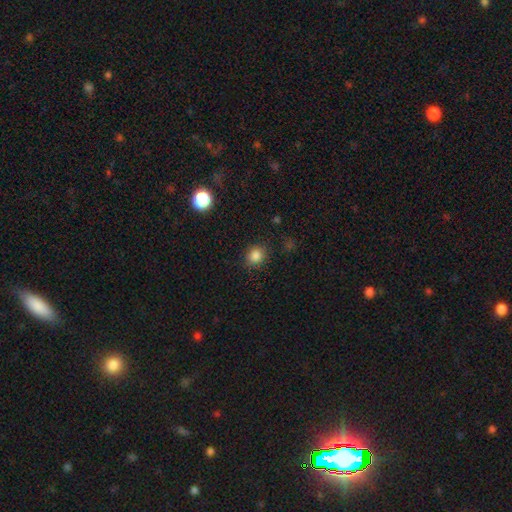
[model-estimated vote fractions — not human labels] smooth 84%, star or artifact 12%, featured or disk 4%. Down the decision tree: how rounded — round (71%); merging — none (86%).